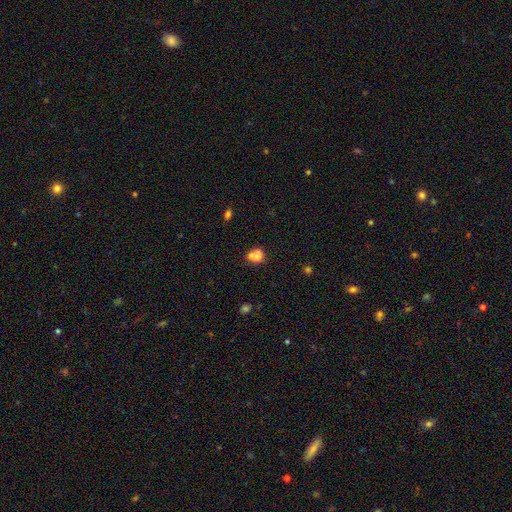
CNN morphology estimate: smooth 74%, featured or disk 15%, star or artifact 11%. Down the decision tree: how rounded — round (64%); merging — merger (41%).